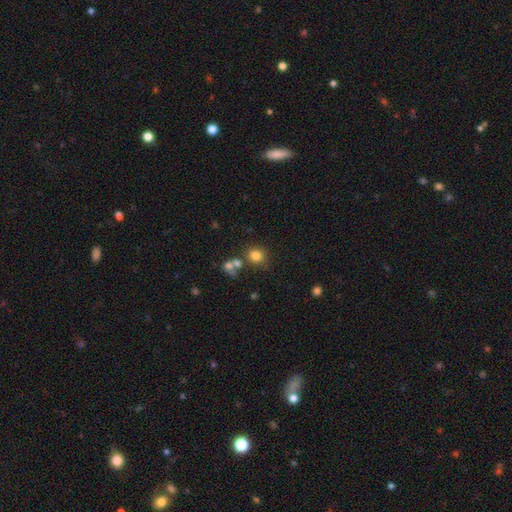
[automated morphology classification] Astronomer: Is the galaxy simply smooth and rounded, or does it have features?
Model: smooth — 79%.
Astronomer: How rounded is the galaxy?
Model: round — 84%.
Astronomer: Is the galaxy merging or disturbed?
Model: none — 72%.